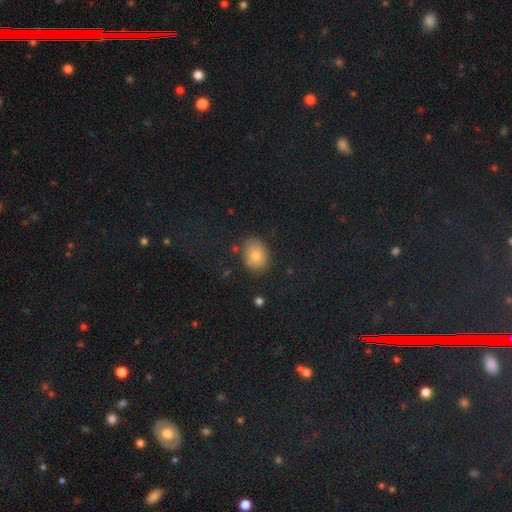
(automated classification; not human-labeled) Morphology: type=smooth (76%); roundness=in between (53%); merging=none (83%).